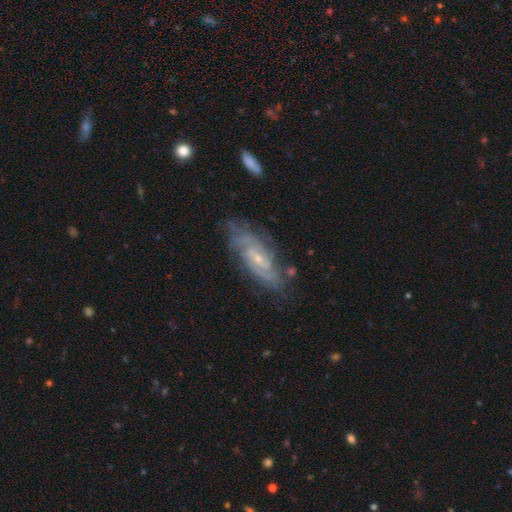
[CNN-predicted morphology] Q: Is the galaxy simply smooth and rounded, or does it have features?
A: featured or disk — 67%.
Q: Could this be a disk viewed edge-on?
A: no — 80%.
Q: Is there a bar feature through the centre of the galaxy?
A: no — 62%.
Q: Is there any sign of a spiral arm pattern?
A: yes — 84%.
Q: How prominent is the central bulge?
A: small — 66%.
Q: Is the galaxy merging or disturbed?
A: none — 76%.